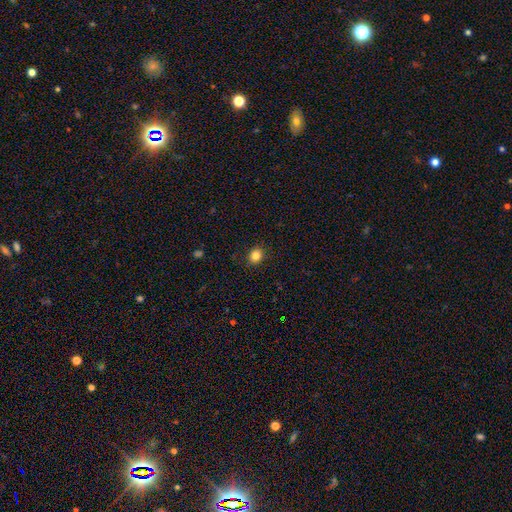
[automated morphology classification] A smooth galaxy with no disk features (84%) that is round (64%). Merging: none (89%).